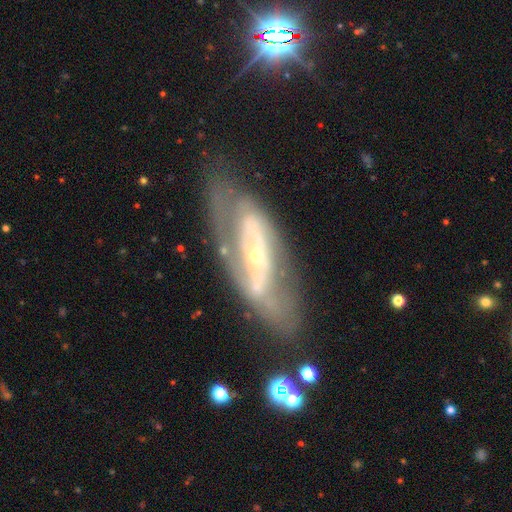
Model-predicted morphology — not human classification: Smooth or featured: featured or disk — 78% (smooth — 15%)
Edge-on disk: no — 86% (yes — 14%)
Bar: no — 49% (strong — 26%)
Spiral arms: yes — 60% (no — 40%)
Bulge size: small — 76% (moderate — 20%)
Merging: none — 59% (minor disturbance — 20%)